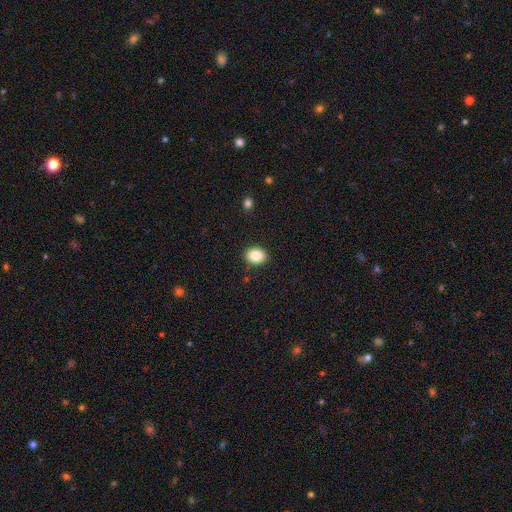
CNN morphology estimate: smooth_or_featured: smooth (p=0.86) [alt: star or artifact p=0.08]
how_rounded: in between (p=0.60) [alt: round p=0.39]
merging: none (p=0.90) [alt: minor disturbance p=0.07]